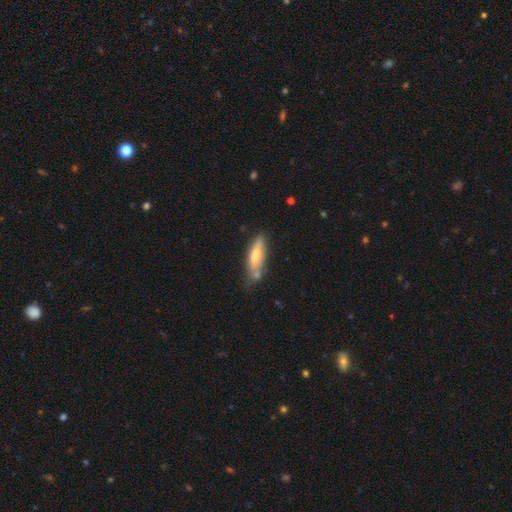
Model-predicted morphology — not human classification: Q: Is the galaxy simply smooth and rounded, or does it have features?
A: smooth — 55%.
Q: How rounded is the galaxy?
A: cigar-shaped — 64%.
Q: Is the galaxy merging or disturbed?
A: none — 64%.